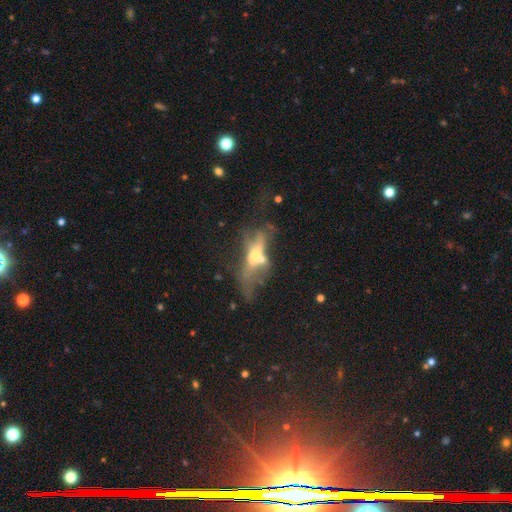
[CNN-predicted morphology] The model was most divided on "merging": merger: 37%, major disturbance: 34%, none: 18%, minor disturbance: 12%. More confident: edge-on disk — no (75%); smooth or featured — featured or disk (57%).